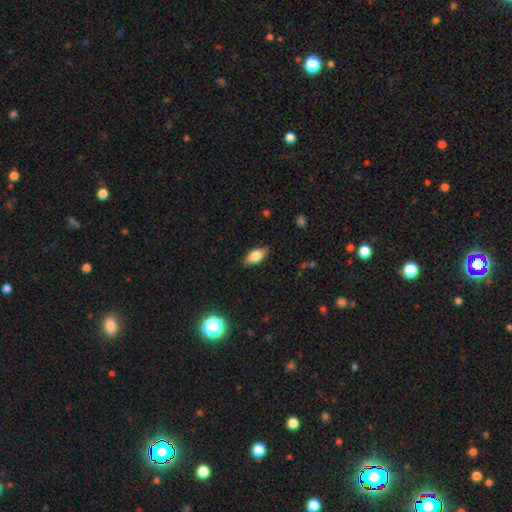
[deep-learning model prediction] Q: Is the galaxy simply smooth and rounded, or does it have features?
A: smooth — 75%.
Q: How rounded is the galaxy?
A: in between — 87%.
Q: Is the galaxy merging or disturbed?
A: none — 84%.